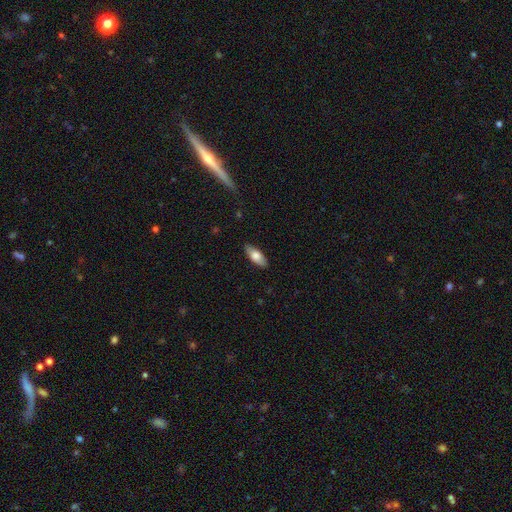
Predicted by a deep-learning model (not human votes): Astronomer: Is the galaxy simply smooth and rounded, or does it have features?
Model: smooth — 74%.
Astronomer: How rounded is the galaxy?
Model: in between — 80%.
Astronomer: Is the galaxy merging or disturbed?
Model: none — 87%.